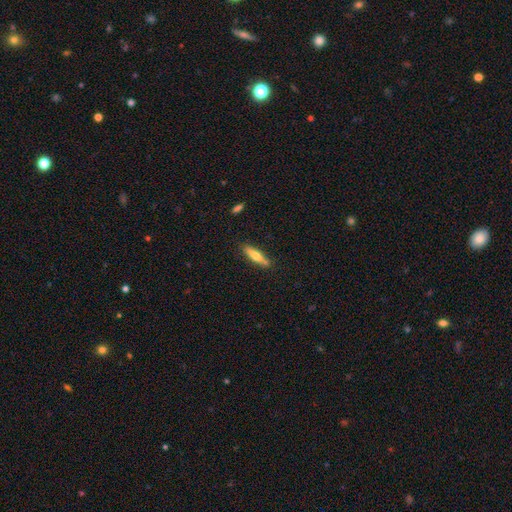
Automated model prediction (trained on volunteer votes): Smooth or featured?
  - smooth: 59% *
  - featured or disk: 35%
  - star or artifact: 6%
How rounded?
  - cigar-shaped: 75% *
  - in between: 23%
  - round: 2%
Merging?
  - none: 82% *
  - minor disturbance: 12%
  - merger: 3%
  - major disturbance: 2%